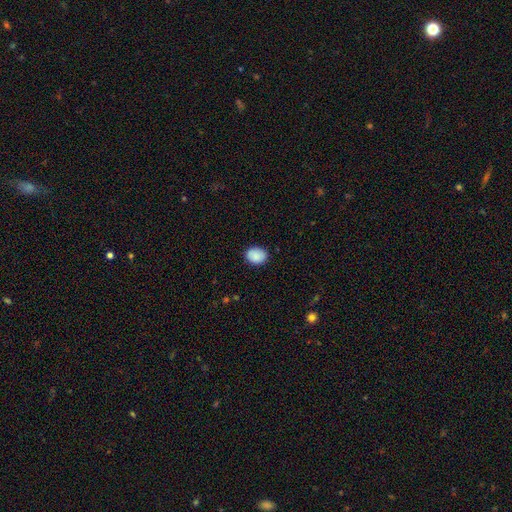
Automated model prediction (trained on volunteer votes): The model was most divided on "how rounded": in between: 52%, round: 47%, cigar-shaped: 1%. More confident: smooth or featured — smooth (89%); merging — none (86%).